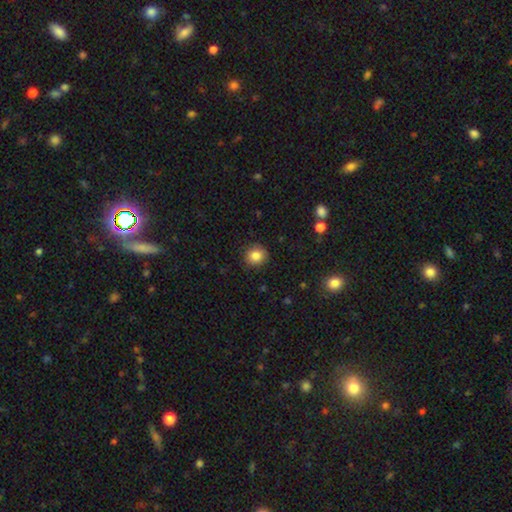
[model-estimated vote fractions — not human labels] smooth-or-featured: smooth: 85% | star or artifact: 10% | featured or disk: 5%
  how-rounded: round: 88% | in between: 11% | cigar-shaped: 1%
  merging: none: 89% | minor disturbance: 8% | major disturbance: 2% | merger: 1%